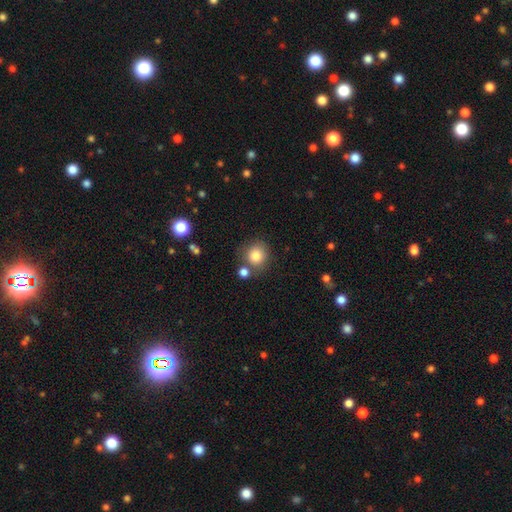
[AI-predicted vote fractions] Overall: smooth (83%). How rounded: round (88%). Merging: none (72%).